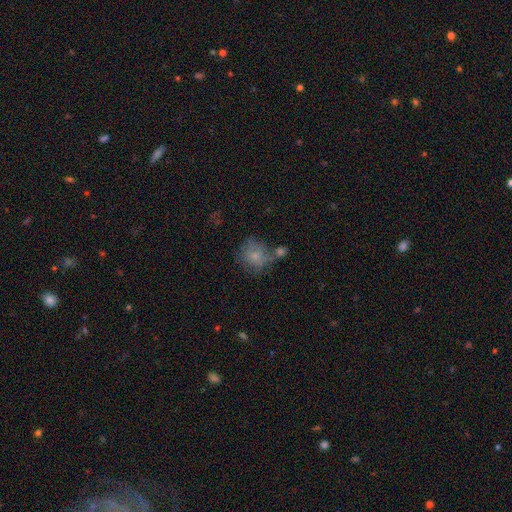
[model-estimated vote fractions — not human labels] The model was most divided on "merging": none: 49%, minor disturbance: 21%, merger: 19%, major disturbance: 12%. More confident: how rounded — round (76%); smooth or featured — smooth (71%).